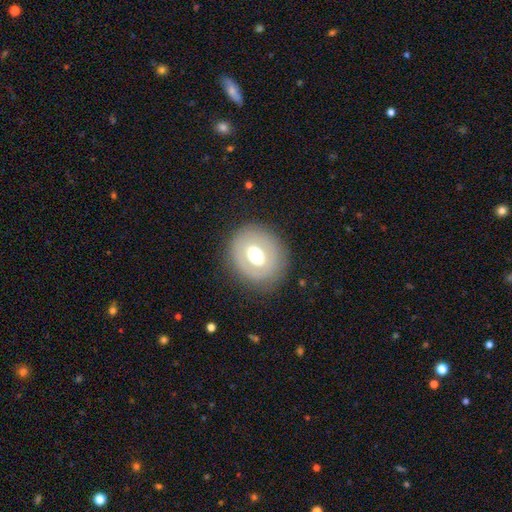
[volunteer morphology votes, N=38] This is possibly a featured or disk galaxy (50%). It is clearly not viewed edge-on (84%). Bar: clearly no (81%). Spiral arm pattern: clearly no (94%). Central bulge: likely moderate (69%). Merging: likely none (69%).